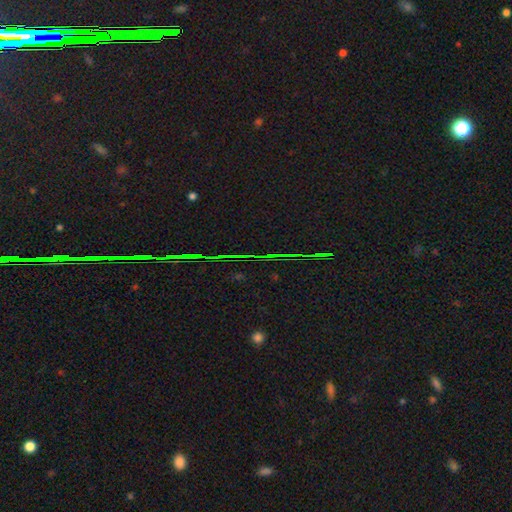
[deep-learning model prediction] smooth_or_featured: star or artifact (p=0.85) [alt: smooth p=0.08]